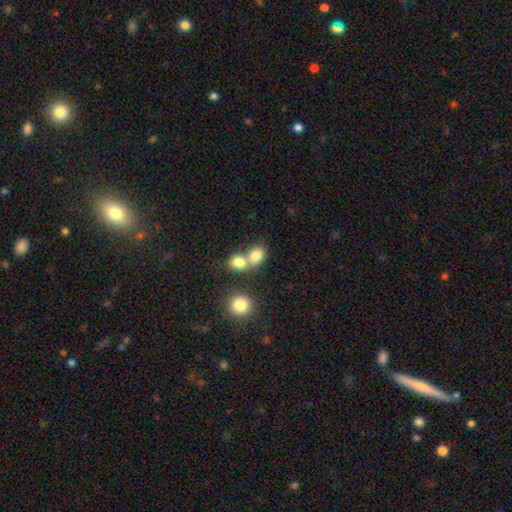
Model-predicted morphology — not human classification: Overall: smooth (80%). How rounded: round (57%; in between 42%). Merging: merger (53%; none 36%).